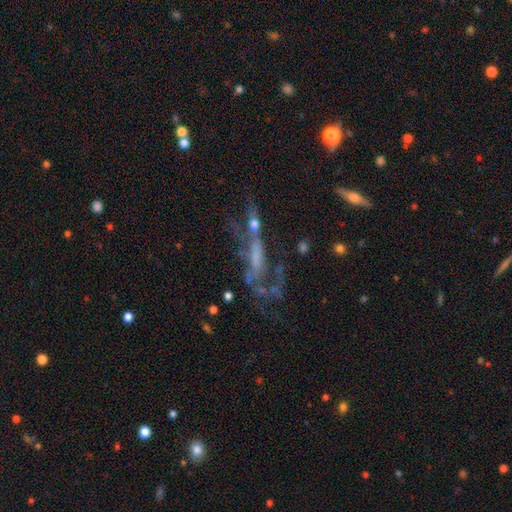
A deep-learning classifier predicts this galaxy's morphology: smooth-or-featured: featured or disk: 65% | star or artifact: 19% | smooth: 16%
  disk-edge-on: no: 76% | yes: 24%
  merging: major disturbance: 37% | none: 31% | merger: 18% | minor disturbance: 14%